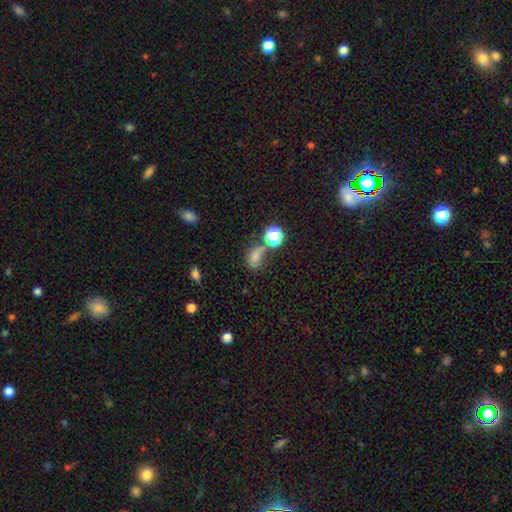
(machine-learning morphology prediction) Overall: smooth (70%). How rounded: in between (62%; round 36%). Merging: none (41%; merger 24%).